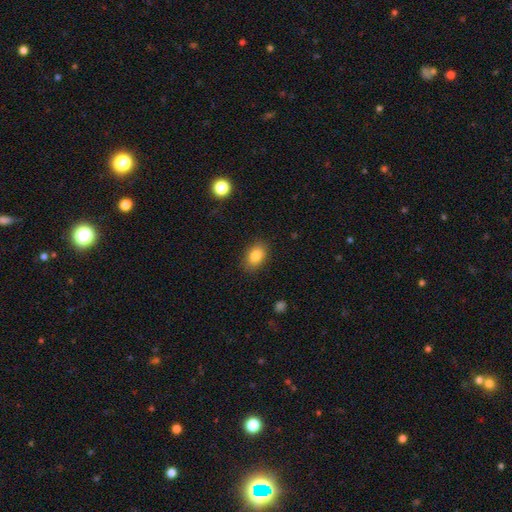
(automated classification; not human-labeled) smooth_or_featured: smooth (p=0.84) [alt: star or artifact p=0.09]
how_rounded: in between (p=0.81) [alt: round p=0.18]
merging: none (p=0.84) [alt: minor disturbance p=0.12]